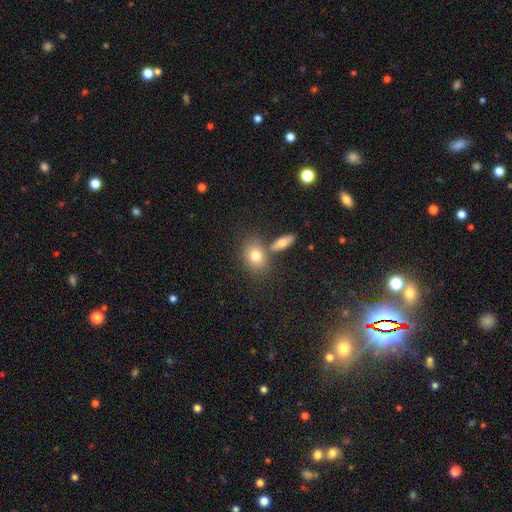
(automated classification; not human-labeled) The model was most divided on "how rounded": in between: 57%, round: 41%, cigar-shaped: 2%. More confident: smooth or featured — smooth (77%); merging — none (59%).